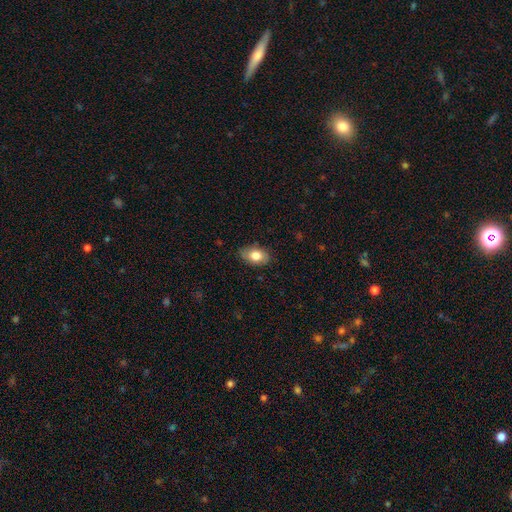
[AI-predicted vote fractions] A smooth galaxy with no disk features (79%) that is in between round and cigar-shaped (89%).

Vote fractions:
- Smooth or featured? smooth: 79% / featured or disk: 14% / star or artifact: 7%
- How rounded? in between: 89% / round: 9% / cigar-shaped: 2%
- Merging? none: 81% / minor disturbance: 15% / major disturbance: 3% / merger: 1%